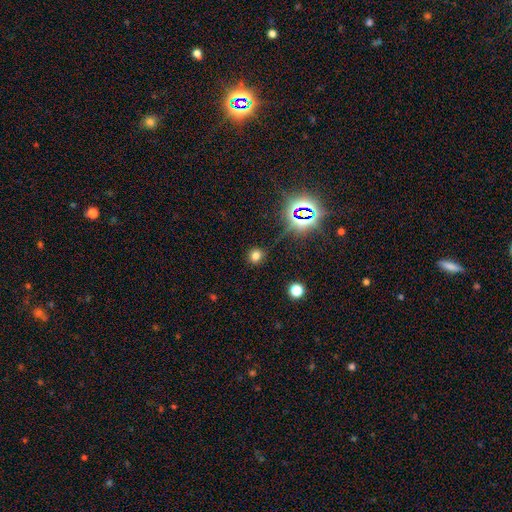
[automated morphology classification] Smooth or featured: smooth — 68% (star or artifact — 25%)
How rounded: round — 82% (in between — 16%)
Merging: none — 85% (minor disturbance — 9%)